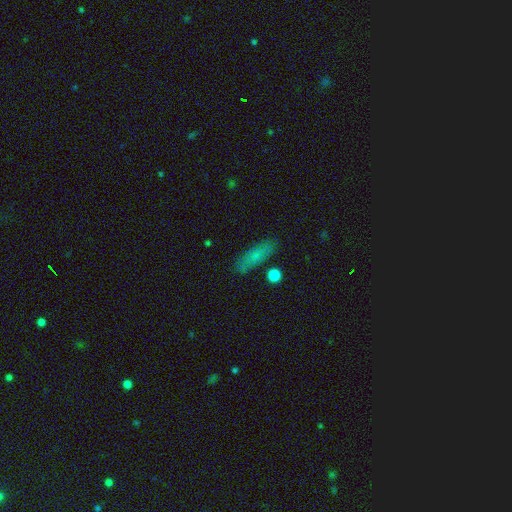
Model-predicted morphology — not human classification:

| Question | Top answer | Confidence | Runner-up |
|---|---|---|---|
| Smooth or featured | smooth | 72% | featured or disk (19%) |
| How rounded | cigar-shaped | 56% | in between (41%) |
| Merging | none | 83% | minor disturbance (12%) |